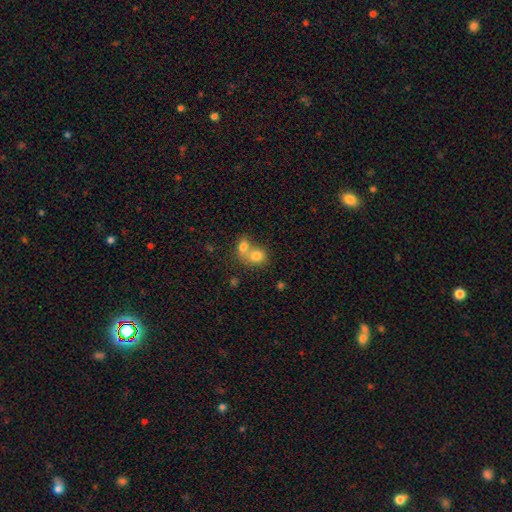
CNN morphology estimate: Smooth or featured?
  - smooth: 76% *
  - featured or disk: 14%
  - star or artifact: 10%
How rounded?
  - round: 57% *
  - in between: 42%
  - cigar-shaped: 1%
Merging?
  - merger: 69% *
  - none: 22%
  - minor disturbance: 6%
  - major disturbance: 3%